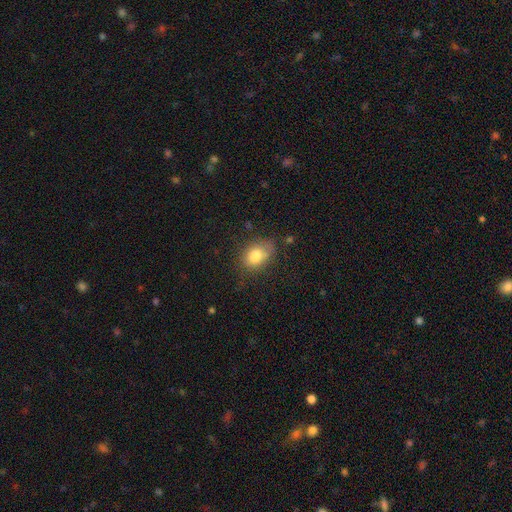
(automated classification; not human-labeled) Overall: smooth (80%). How rounded: in between (74%). Merging: none (62%; minor disturbance 25%).